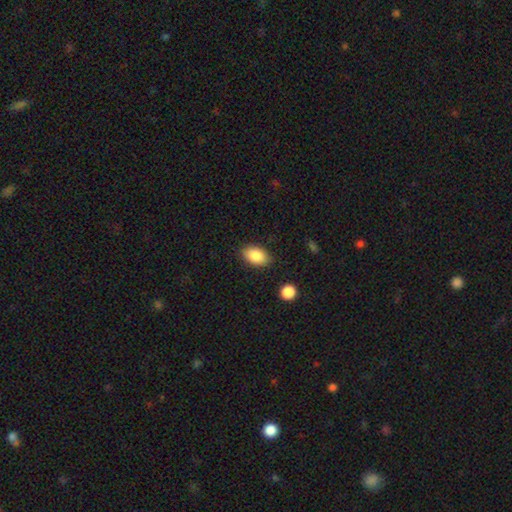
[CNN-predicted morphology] smooth-or-featured: smooth: 87% | star or artifact: 7% | featured or disk: 6%
  how-rounded: in between: 91% | round: 8% | cigar-shaped: 2%
  merging: none: 86% | minor disturbance: 10% | major disturbance: 3% | merger: 2%